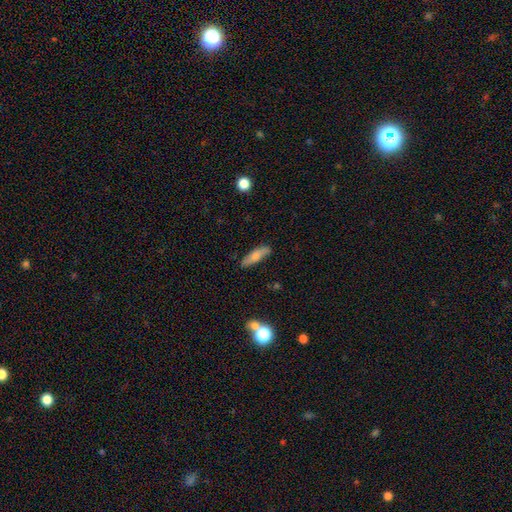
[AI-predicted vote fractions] Smooth or featured? smooth (70%)
How rounded? cigar-shaped (63%)
Merging? none (84%)